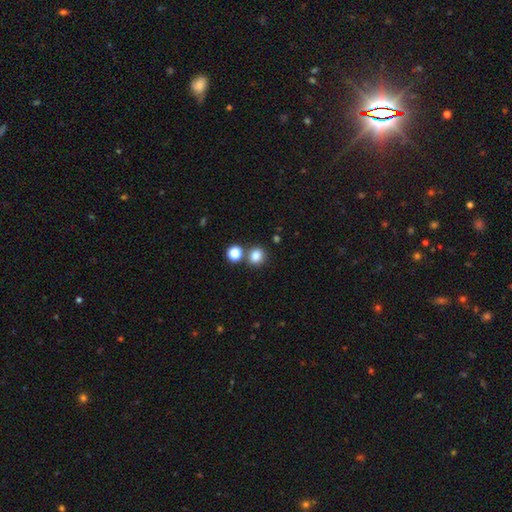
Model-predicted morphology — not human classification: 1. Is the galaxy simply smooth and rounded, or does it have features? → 82% smooth, 13% star or artifact, 5% featured or disk.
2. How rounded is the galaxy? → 83% round, 17% in between, 1% cigar-shaped.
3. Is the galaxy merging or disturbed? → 74% none, 15% merger, 8% minor disturbance, 3% major disturbance.